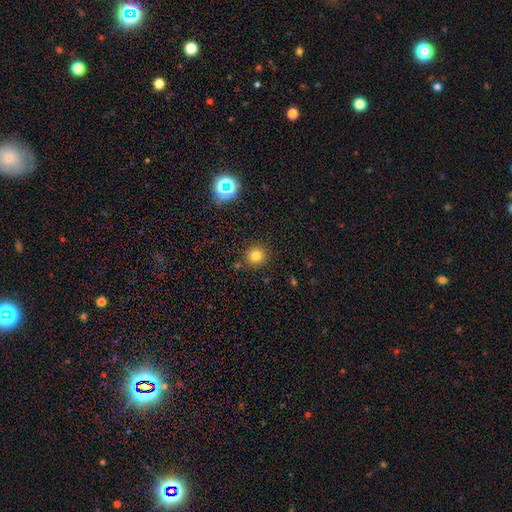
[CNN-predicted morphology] A smooth galaxy with no disk features (78%) that is round (89%). Merging: none (83%).